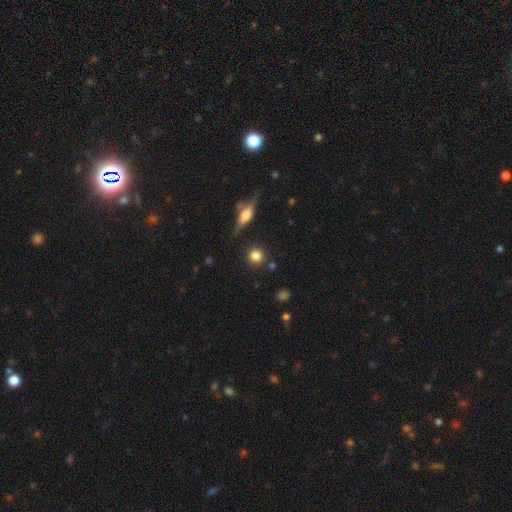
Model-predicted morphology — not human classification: Smooth or featured?
  - smooth: 82% *
  - star or artifact: 10%
  - featured or disk: 8%
How rounded?
  - round: 90% *
  - in between: 8%
  - cigar-shaped: 2%
Merging?
  - none: 85% *
  - minor disturbance: 8%
  - merger: 4%
  - major disturbance: 3%